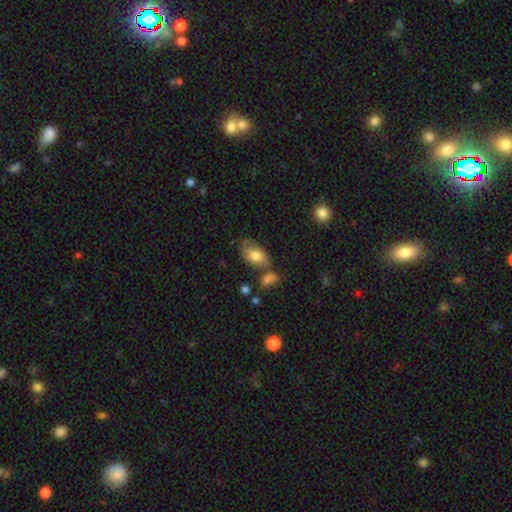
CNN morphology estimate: smooth 75%, featured or disk 18%, star or artifact 7%. Down the decision tree: how rounded — in between (92%); merging — none (49%).